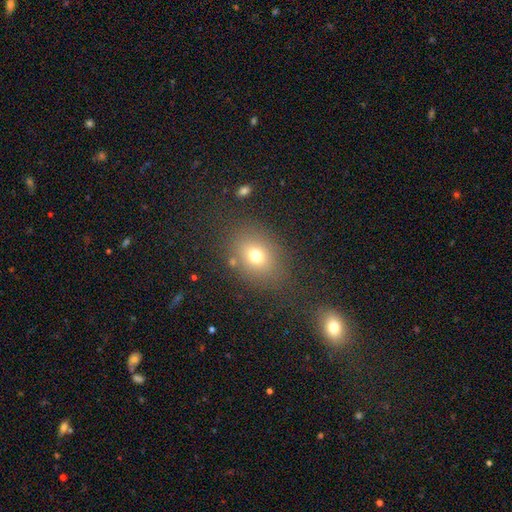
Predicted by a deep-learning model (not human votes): This is likely a smooth galaxy (72%). How rounded: possibly in between (60%). Merging: likely none (77%).